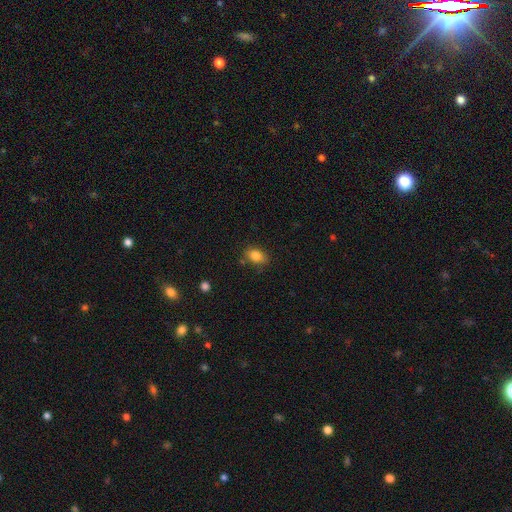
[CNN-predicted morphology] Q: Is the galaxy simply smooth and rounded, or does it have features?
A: smooth — 83%.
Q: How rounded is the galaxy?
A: in between — 72%.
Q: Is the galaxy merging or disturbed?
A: none — 77%.